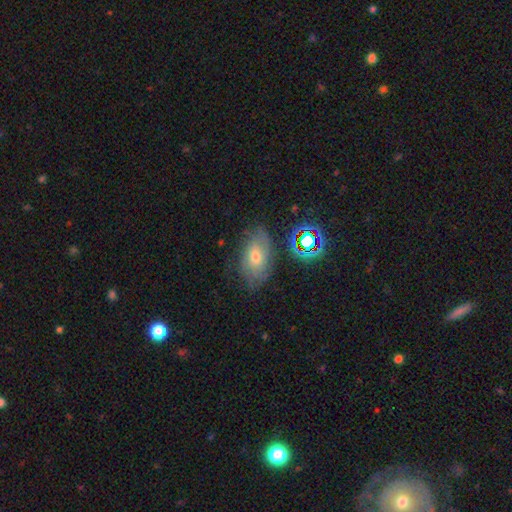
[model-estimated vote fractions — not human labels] This is possibly a featured or disk galaxy (46%). Merging: likely none (70%).